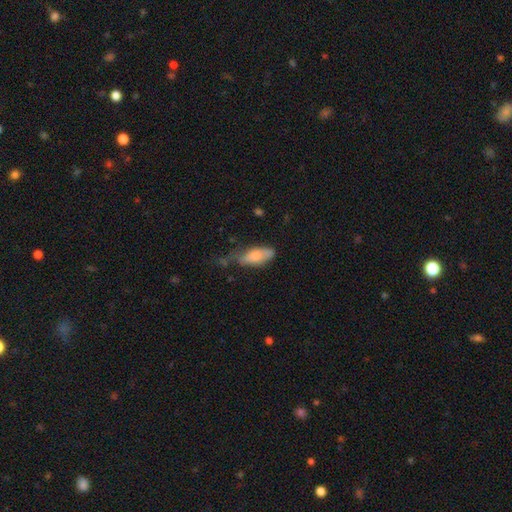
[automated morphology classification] This appears to be a smooth galaxy with no disk features (73%) that is in between round and cigar-shaped (75%). Merging: none (40%).